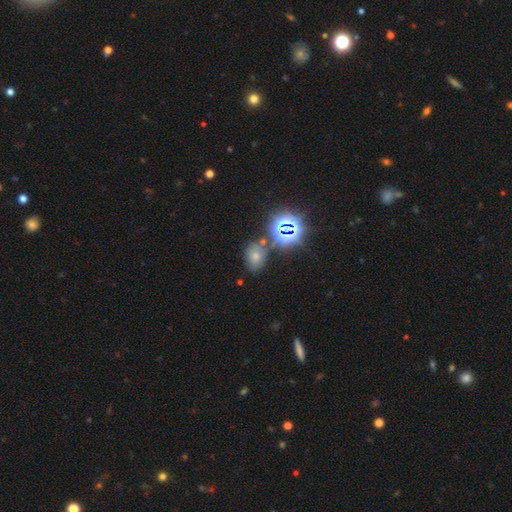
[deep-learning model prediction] Q: Smooth or featured?
A: smooth (57%); runner-up: star or artifact (31%)
Q: How rounded?
A: in between (73%); runner-up: round (26%)
Q: Merging?
A: none (65%); runner-up: minor disturbance (16%)